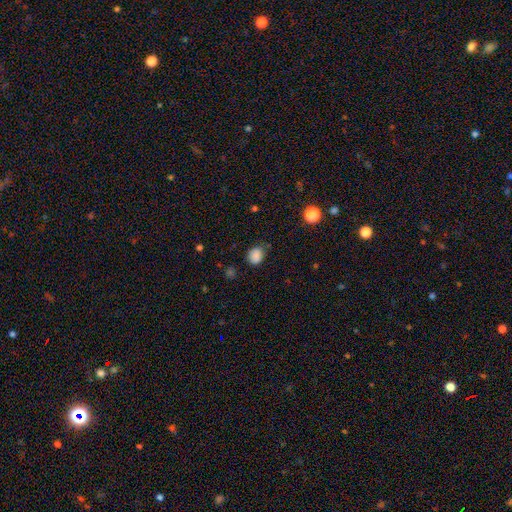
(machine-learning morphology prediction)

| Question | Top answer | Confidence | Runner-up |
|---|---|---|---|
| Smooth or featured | smooth | 85% | star or artifact (11%) |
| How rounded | round | 58% | in between (41%) |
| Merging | none | 73% | minor disturbance (21%) |